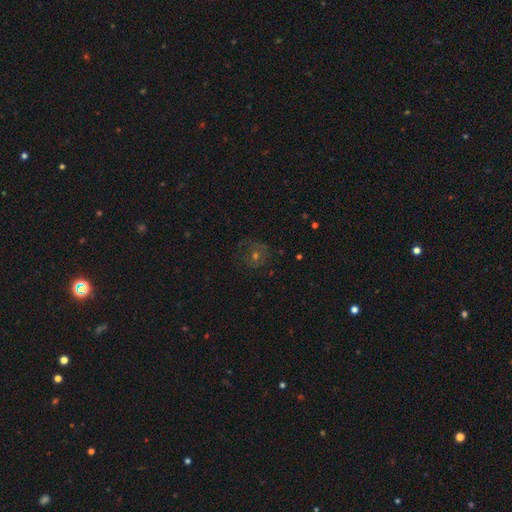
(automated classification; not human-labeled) Smooth or featured? smooth (37%)
Merging? none (75%)